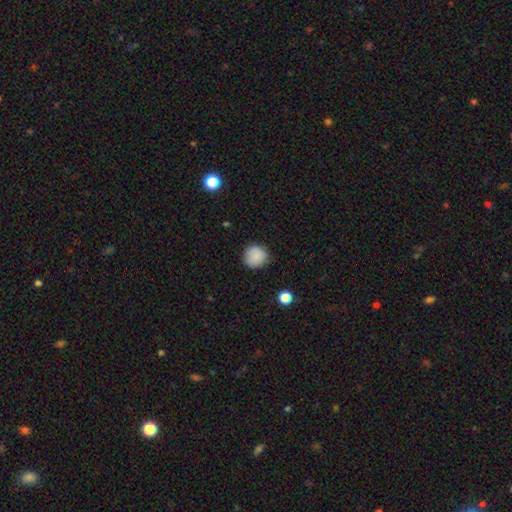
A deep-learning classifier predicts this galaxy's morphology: Overall: smooth (87%). How rounded: round (93%). Merging: none (88%).